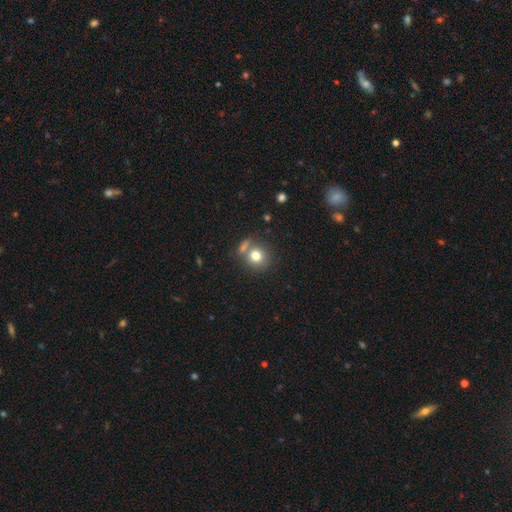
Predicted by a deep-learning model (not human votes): Smooth or featured: smooth — 77% (featured or disk — 12%)
How rounded: round — 85% (in between — 14%)
Merging: none — 60% (merger — 24%)